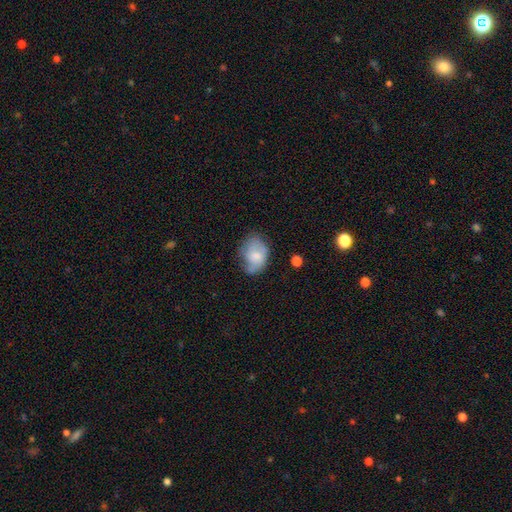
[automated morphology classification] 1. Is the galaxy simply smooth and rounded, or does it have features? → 57% smooth, 35% featured or disk, 8% star or artifact.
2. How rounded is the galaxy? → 75% in between, 24% round, 1% cigar-shaped.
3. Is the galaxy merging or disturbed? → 46% none, 34% minor disturbance, 17% major disturbance, 3% merger.